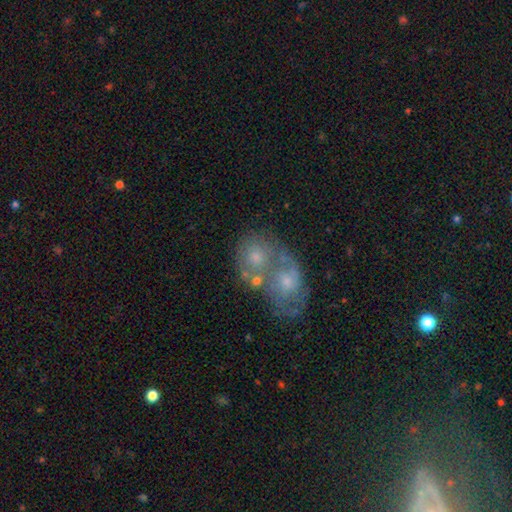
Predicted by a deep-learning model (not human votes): This is possibly a smooth galaxy (51%). How rounded: possibly round (58%). Merging: possibly merger (48%).